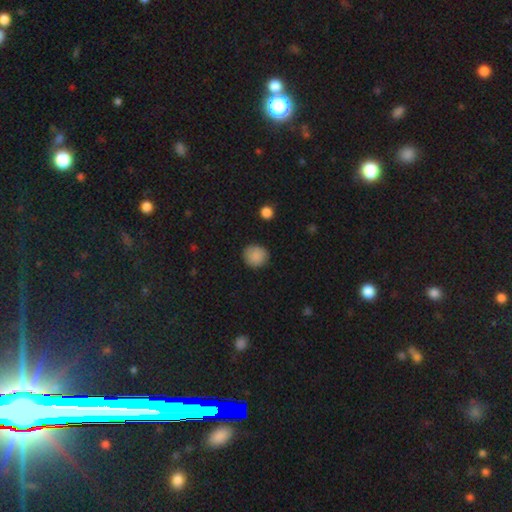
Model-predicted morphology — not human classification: Overall: smooth (88%). How rounded: round (89%). Merging: none (87%).